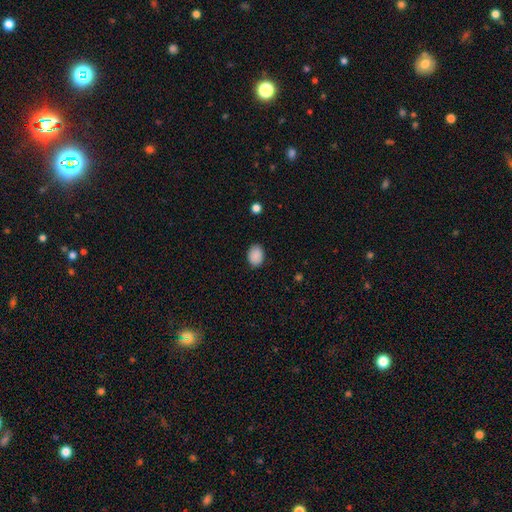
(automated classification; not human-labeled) Overall: smooth (89%). How rounded: in between (70%). Merging: none (86%).